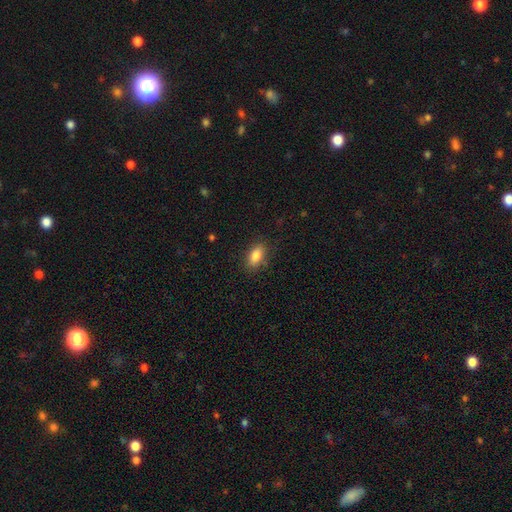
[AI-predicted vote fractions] The model was most divided on "merging": none: 84%, minor disturbance: 12%, major disturbance: 3%, merger: 1%. More confident: how rounded — in between (88%); smooth or featured — smooth (85%).